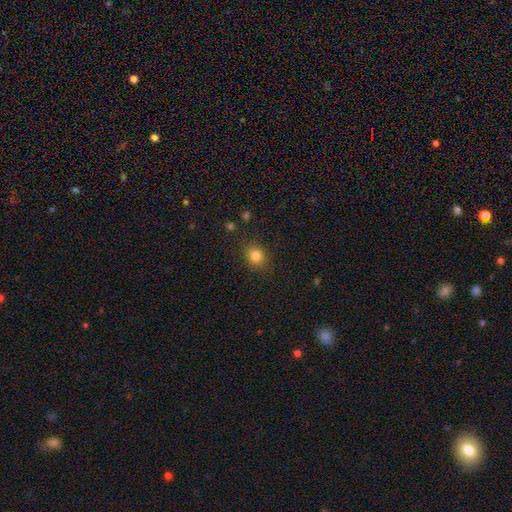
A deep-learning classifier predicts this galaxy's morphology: This is clearly a smooth galaxy (82%). How rounded: likely round (71%). Merging: clearly none (86%).